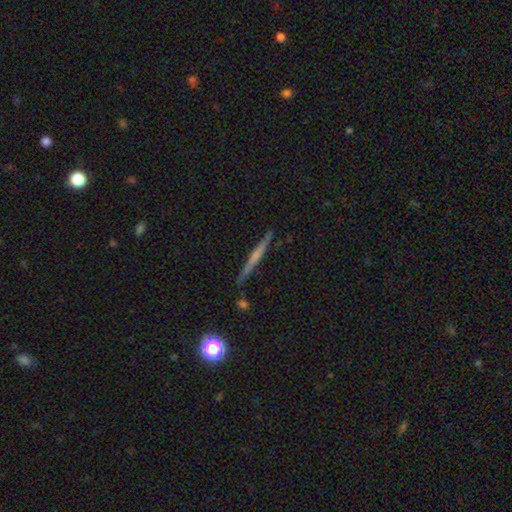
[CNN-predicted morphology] type=featured or disk (54%); edge-on=yes (97%); edge-on bulge=none (60%); merging=none (85%).